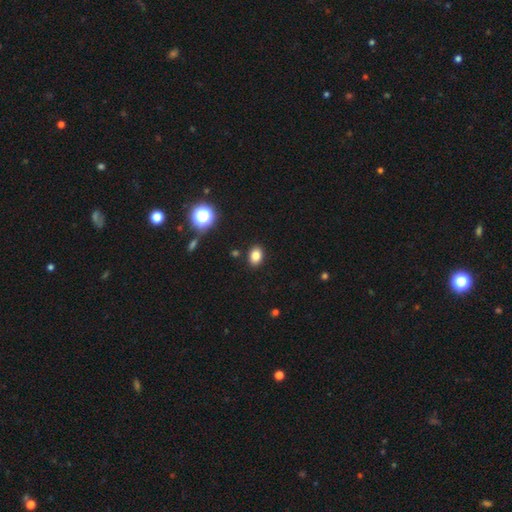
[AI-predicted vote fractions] This appears to be a smooth galaxy with no disk features (81%) that is in between round and cigar-shaped (73%). Merging: none (89%).